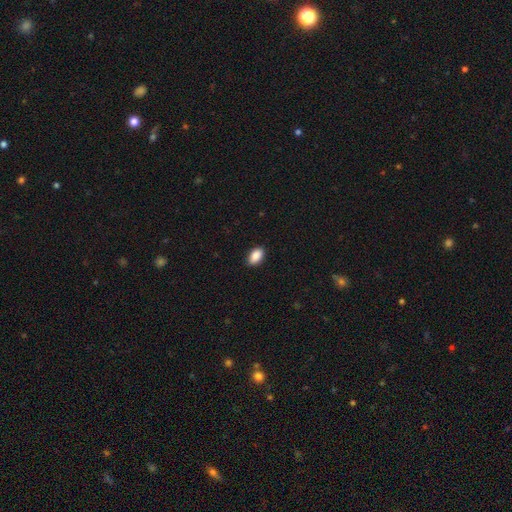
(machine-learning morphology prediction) smooth_or_featured: smooth (p=0.90) [alt: star or artifact p=0.07]
how_rounded: in between (p=0.93) [alt: round p=0.06]
merging: none (p=0.89) [alt: minor disturbance p=0.09]